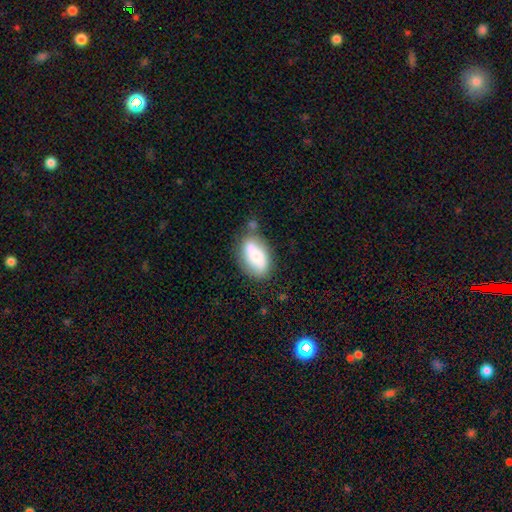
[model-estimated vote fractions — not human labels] Smooth or featured? smooth (63%)
How rounded? in between (90%)
Merging? none (57%)